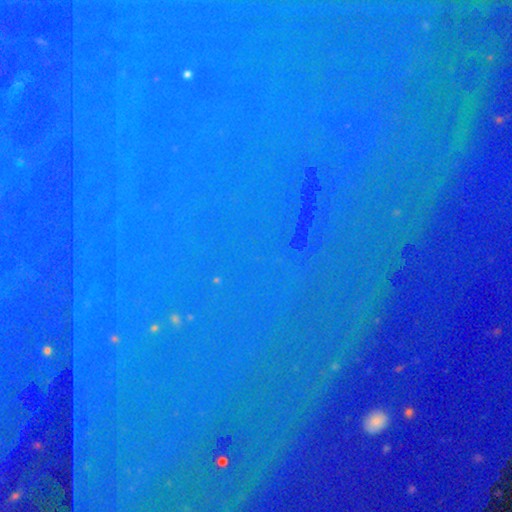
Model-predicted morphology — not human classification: A star or artifact, not a galaxy (84%).